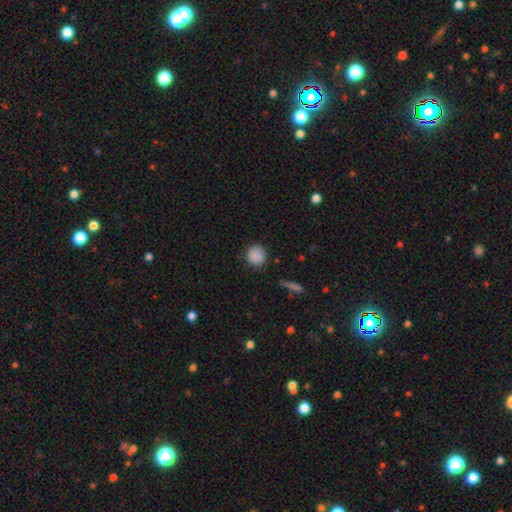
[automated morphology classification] The model was most divided on "merging": none: 82%, minor disturbance: 13%, major disturbance: 3%, merger: 2%. More confident: how rounded — round (90%); smooth or featured — smooth (87%).